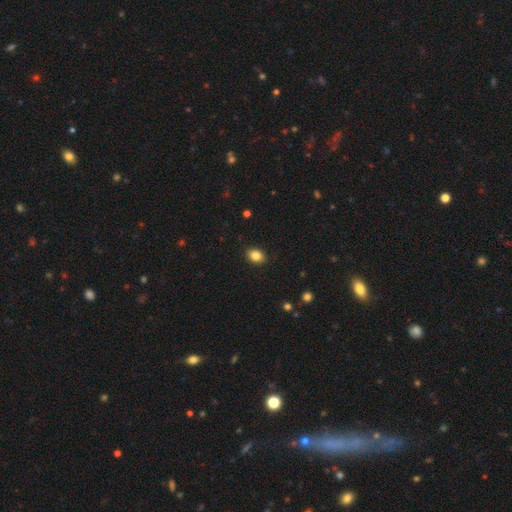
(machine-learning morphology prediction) smooth-or-featured: smooth: 84% | star or artifact: 10% | featured or disk: 6%
  how-rounded: in between: 68% | round: 31% | cigar-shaped: 1%
  merging: none: 89% | minor disturbance: 8% | major disturbance: 2% | merger: 1%